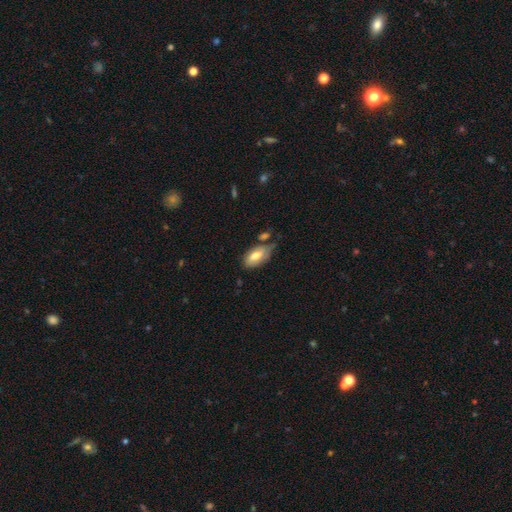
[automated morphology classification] Overall: smooth (70%). How rounded: in between (92%). Merging: none (49%; minor disturbance 31%).